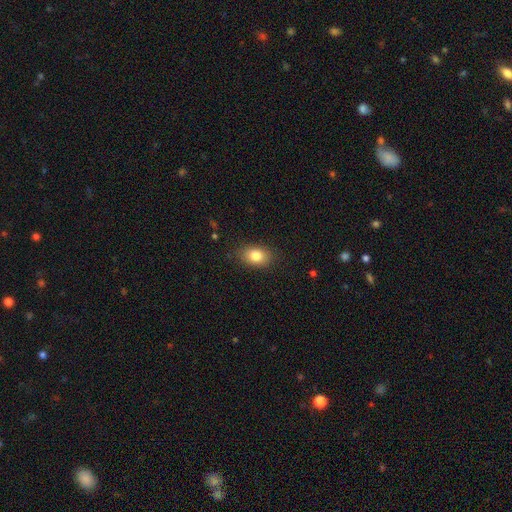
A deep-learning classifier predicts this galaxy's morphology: A smooth galaxy with no disk features (83%) that is in between round and cigar-shaped (80%). Merging: none (85%).